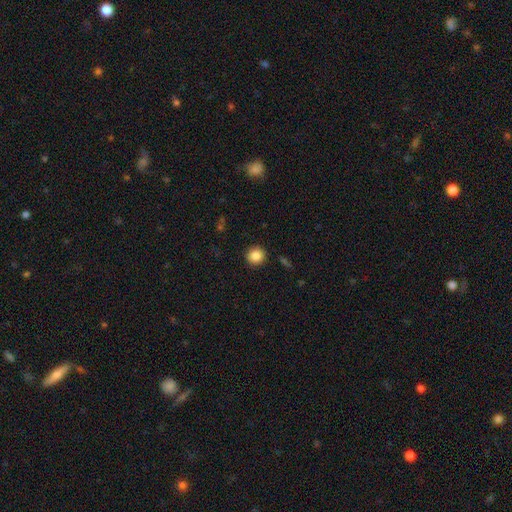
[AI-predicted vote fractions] smooth-or-featured: smooth: 85% | star or artifact: 9% | featured or disk: 5%
  how-rounded: round: 93% | in between: 6% | cigar-shaped: 1%
  merging: none: 92% | minor disturbance: 5% | major disturbance: 2% | merger: 1%